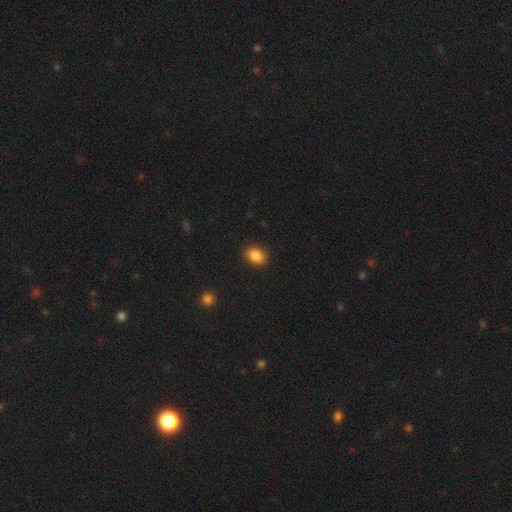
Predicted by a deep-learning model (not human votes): Smooth or featured: smooth — 86% (star or artifact — 9%)
How rounded: in between — 61% (round — 38%)
Merging: none — 90% (minor disturbance — 7%)